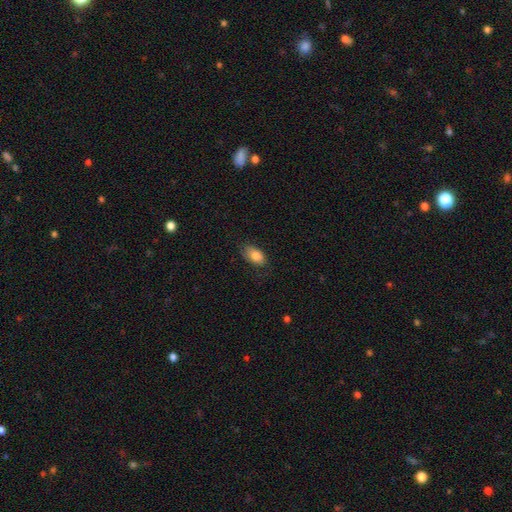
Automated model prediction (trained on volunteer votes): smooth-or-featured: smooth: 83% | featured or disk: 9% | star or artifact: 7%
  how-rounded: in between: 92% | round: 6% | cigar-shaped: 2%
  merging: none: 71% | minor disturbance: 22% | major disturbance: 6% | merger: 1%